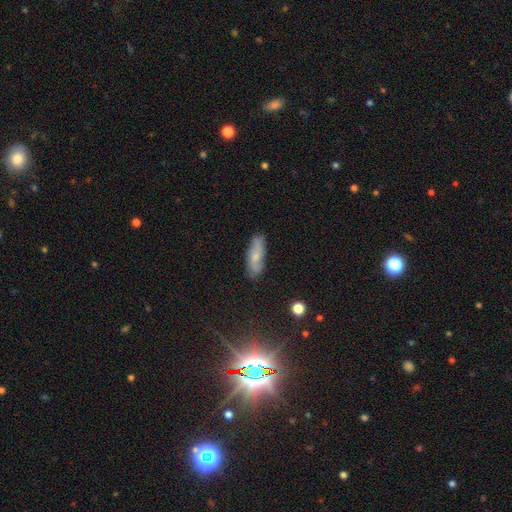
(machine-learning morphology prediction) Overall: smooth (58%; featured or disk 34%). How rounded: in between (57%; cigar-shaped 40%). Merging: none (80%).